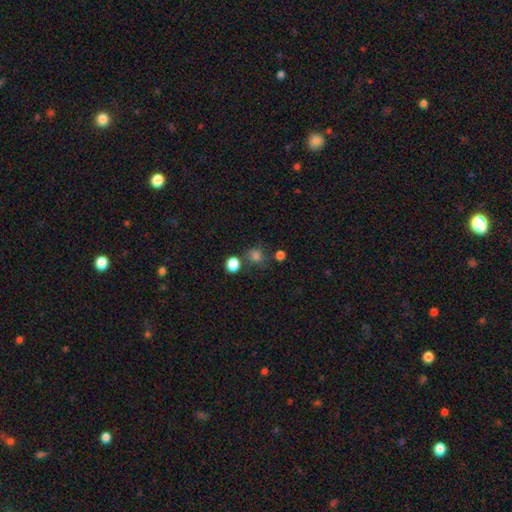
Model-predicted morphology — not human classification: type=smooth (78%); roundness=round (78%); merging=none (66%).